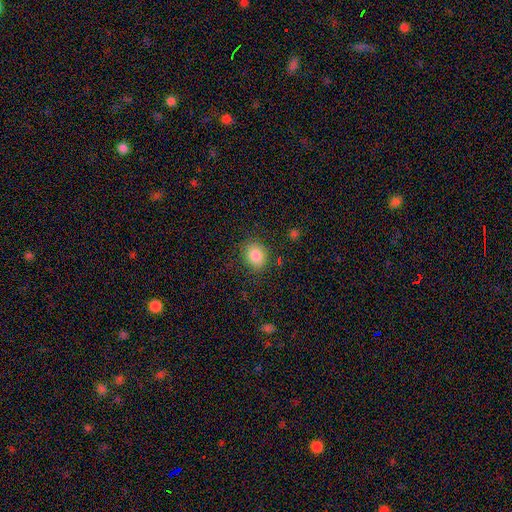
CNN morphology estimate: Smooth or featured: smooth — 85% (star or artifact — 9%)
How rounded: round — 59% (in between — 40%)
Merging: none — 83% (minor disturbance — 11%)